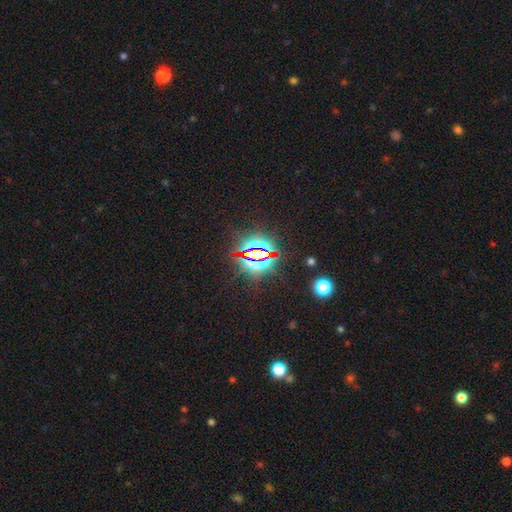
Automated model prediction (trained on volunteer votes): A star or artifact, not a galaxy (82%).

Vote fractions:
- Smooth or featured? star or artifact: 82% / smooth: 10% / featured or disk: 8%